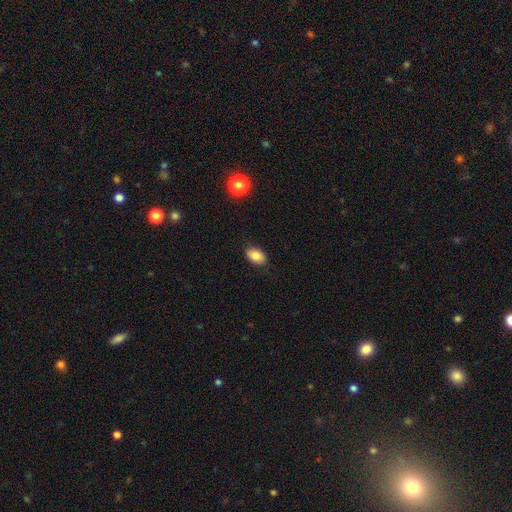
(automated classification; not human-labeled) Smooth or featured: smooth — 83% (star or artifact — 9%)
How rounded: in between — 88% (round — 11%)
Merging: none — 86% (minor disturbance — 11%)